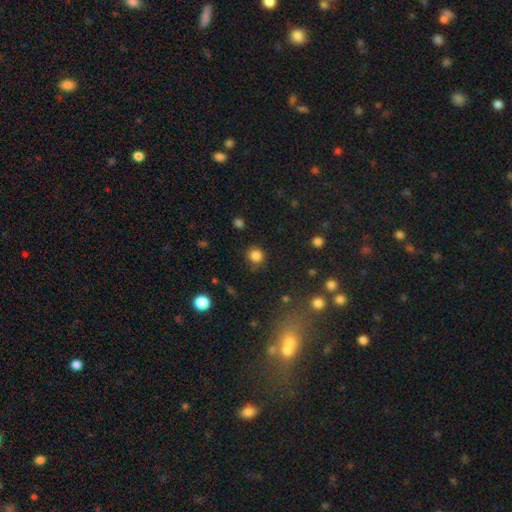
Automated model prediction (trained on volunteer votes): Smooth or featured? smooth (84%)
How rounded? round (91%)
Merging? none (83%)